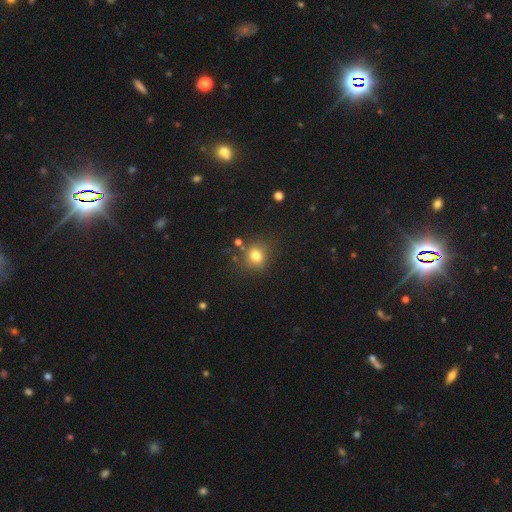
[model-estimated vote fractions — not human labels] Q: Smooth or featured?
A: smooth (76%); runner-up: star or artifact (15%)
Q: How rounded?
A: round (79%); runner-up: in between (20%)
Q: Merging?
A: none (77%); runner-up: minor disturbance (13%)